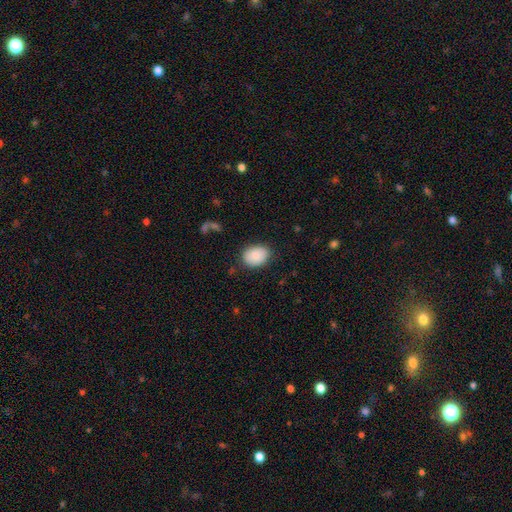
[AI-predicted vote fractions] smooth 86%, featured or disk 7%, star or artifact 7%. Down the decision tree: how rounded — in between (73%); merging — none (82%).